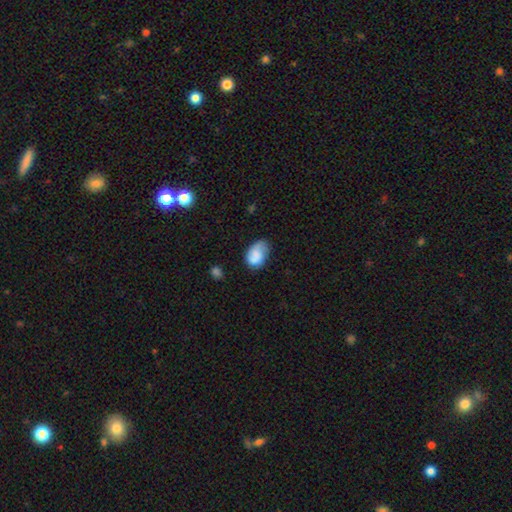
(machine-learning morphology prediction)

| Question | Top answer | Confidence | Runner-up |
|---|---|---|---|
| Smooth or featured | smooth | 69% | featured or disk (23%) |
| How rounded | in between | 84% | round (15%) |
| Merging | none | 51% | minor disturbance (33%) |